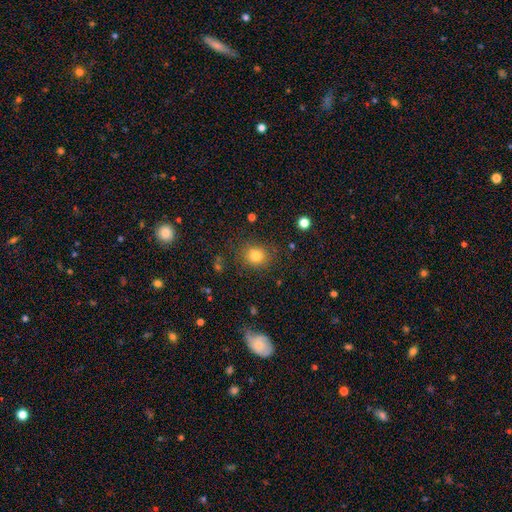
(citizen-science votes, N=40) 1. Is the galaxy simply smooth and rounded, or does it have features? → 85% smooth, 12% star or artifact, 2% featured or disk.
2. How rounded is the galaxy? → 82% round, 18% in between, 0% cigar-shaped.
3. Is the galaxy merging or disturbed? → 83% none, 9% major disturbance, 6% minor disturbance, 3% merger.